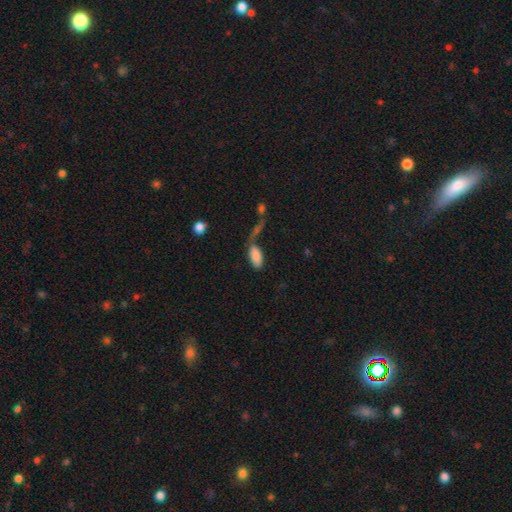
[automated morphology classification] Smooth or featured?
  - smooth: 85% *
  - featured or disk: 8%
  - star or artifact: 7%
How rounded?
  - in between: 92% *
  - cigar-shaped: 6%
  - round: 2%
Merging?
  - none: 44% *
  - merger: 31%
  - minor disturbance: 15%
  - major disturbance: 10%